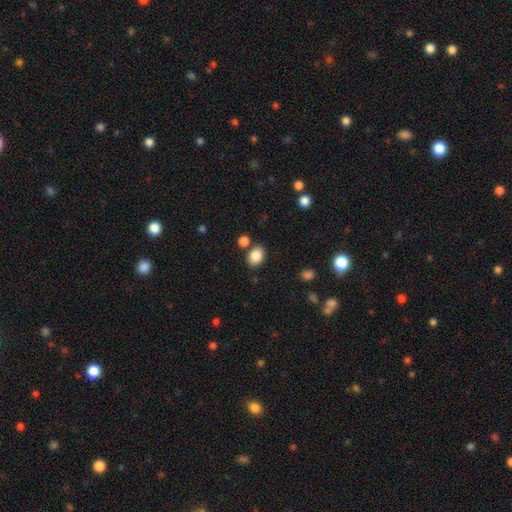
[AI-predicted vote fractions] A smooth galaxy with no disk features (86%) that is in between round and cigar-shaped (76%).

Vote fractions:
- Smooth or featured? smooth: 86% / star or artifact: 8% / featured or disk: 5%
- How rounded? in between: 76% / round: 23% / cigar-shaped: 1%
- Merging? none: 79% / minor disturbance: 10% / merger: 8% / major disturbance: 3%